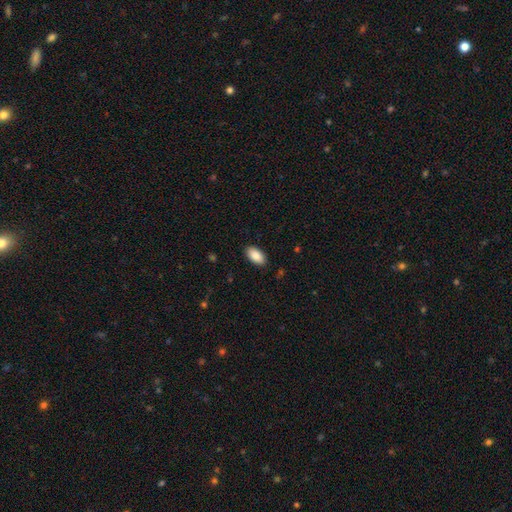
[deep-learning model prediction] Smooth or featured? Predicted: smooth (p=0.89). How rounded? Predicted: in between (p=0.95). Merging? Predicted: none (p=0.89).